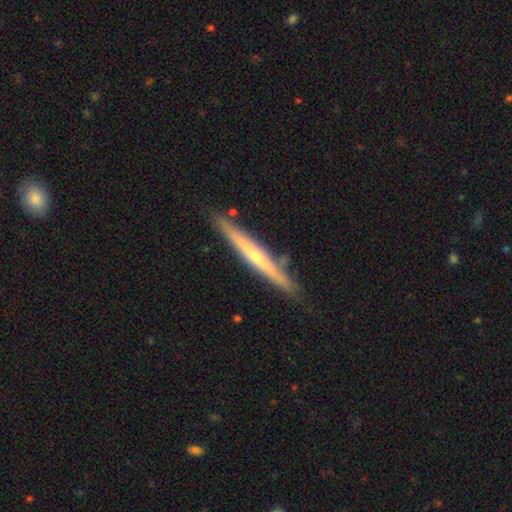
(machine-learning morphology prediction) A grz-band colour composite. It shows a featured or disk galaxy (64%) viewed edge-on (96%) with a rounded central bulge (56%). Merging: none (86%).